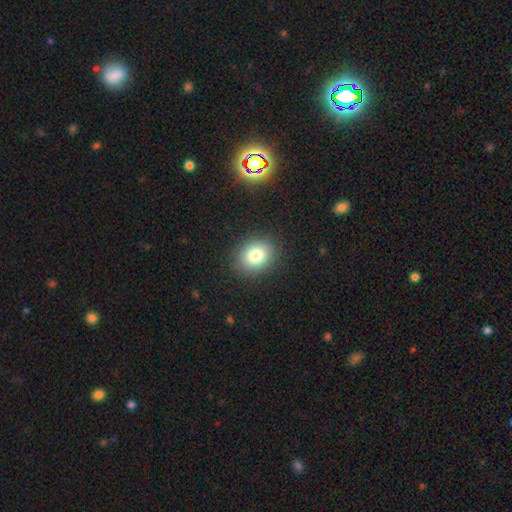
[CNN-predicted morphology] A smooth galaxy with no disk features (81%) that is round (50%). Merging: none (88%).